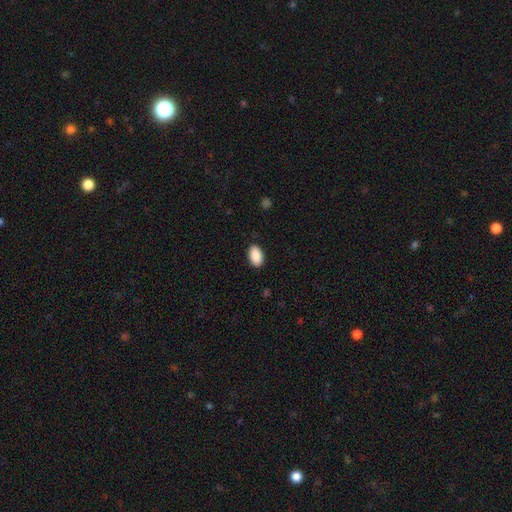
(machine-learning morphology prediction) A smooth galaxy with no disk features (91%) that is in between round and cigar-shaped (94%). Merging: none (87%).